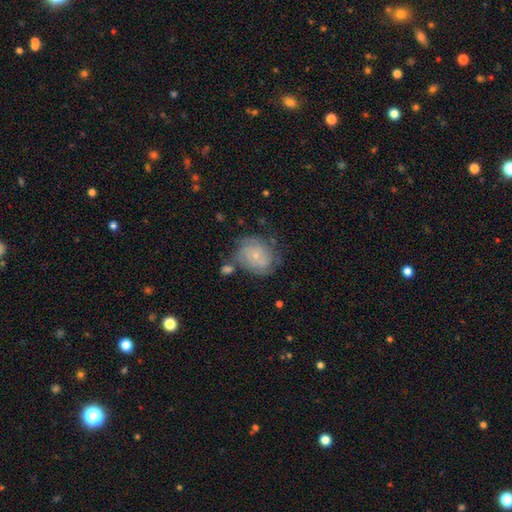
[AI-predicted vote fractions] A featured or disk galaxy (60%) with no bar (79%), spiral arms (84%) and a small central bulge (79%).

Vote fractions:
- Smooth or featured? featured or disk: 60% / smooth: 31% / star or artifact: 8%
- Edge-on disk? no: 97% / yes: 3%
- Bar? no: 79% / weak: 18% / strong: 3%
- Spiral arms? yes: 84% / no: 16%
- Bulge size? small: 79% / moderate: 16% / none: 3% / large: 1% / dominant: 1%
- Merging? none: 60% / minor disturbance: 22% / major disturbance: 11% / merger: 7%